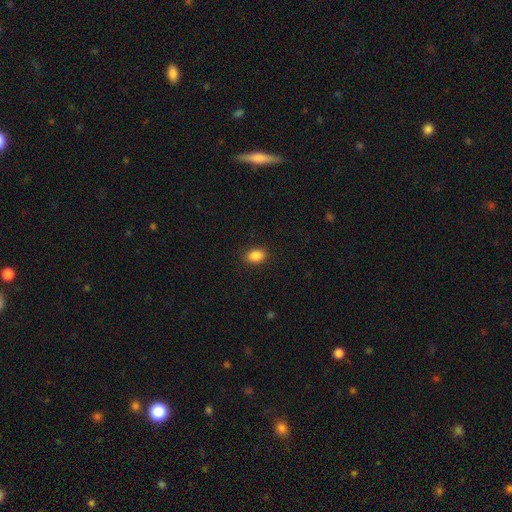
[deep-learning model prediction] The model was most divided on "how rounded": in between: 78%, round: 21%, cigar-shaped: 1%. More confident: merging — none (89%); smooth or featured — smooth (87%).